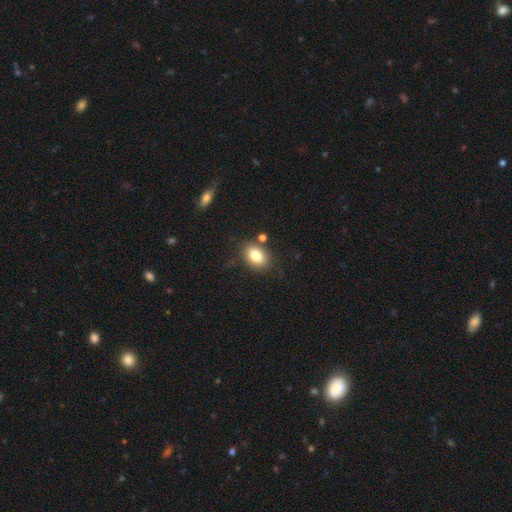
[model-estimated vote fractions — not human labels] smooth_or_featured: smooth (p=0.83) [alt: star or artifact p=0.09]
how_rounded: in between (p=0.80) [alt: round p=0.19]
merging: none (p=0.77) [alt: minor disturbance p=0.12]